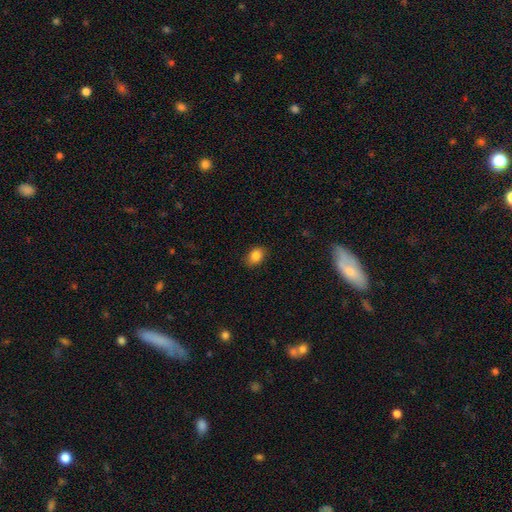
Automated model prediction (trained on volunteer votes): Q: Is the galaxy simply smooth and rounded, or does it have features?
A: smooth — 84%.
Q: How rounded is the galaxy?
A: in between — 76%.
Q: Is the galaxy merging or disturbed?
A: none — 85%.